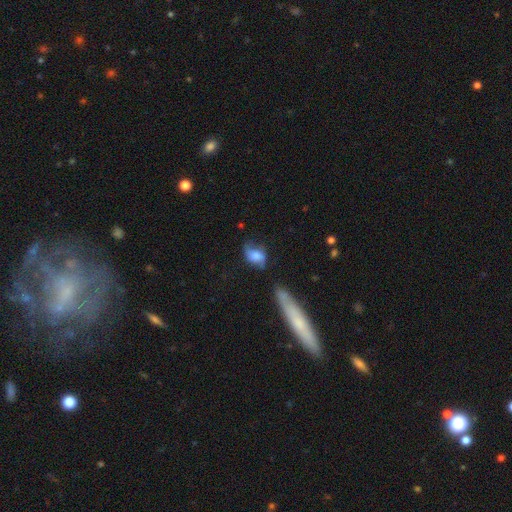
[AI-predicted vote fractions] Smooth or featured? Predicted: smooth (p=0.58). How rounded? Predicted: in between (p=0.73). Merging? Predicted: none (p=0.46).